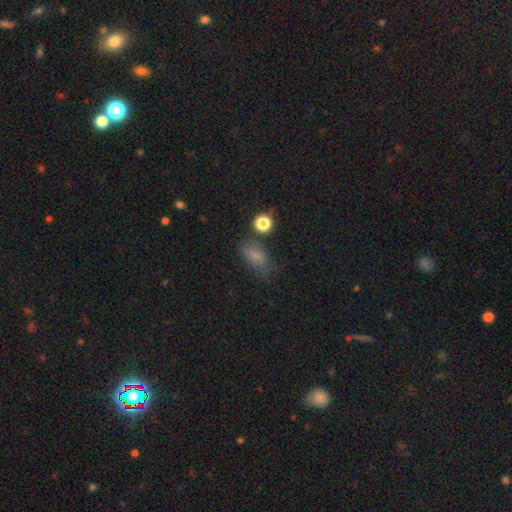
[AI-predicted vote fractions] Overall: smooth (74%). How rounded: in between (82%). Merging: none (59%; minor disturbance 24%).